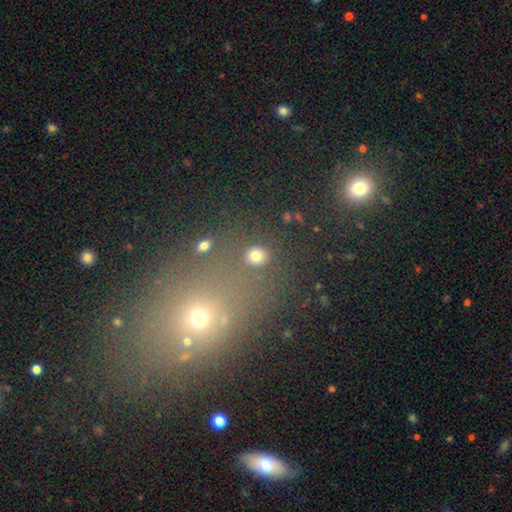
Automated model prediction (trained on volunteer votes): smooth-or-featured: smooth: 77% | star or artifact: 17% | featured or disk: 6%
  how-rounded: round: 79% | in between: 20% | cigar-shaped: 1%
  merging: none: 82% | minor disturbance: 8% | merger: 5% | major disturbance: 4%